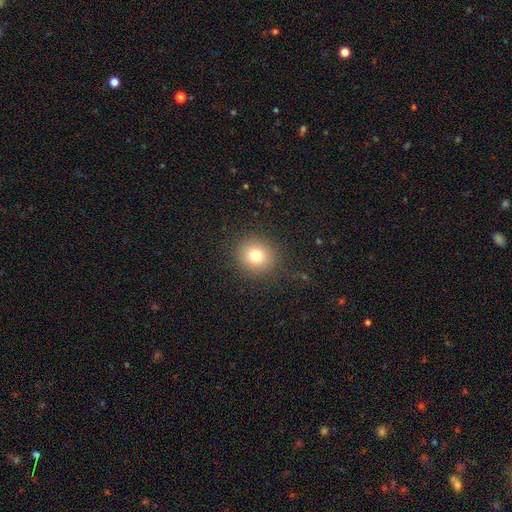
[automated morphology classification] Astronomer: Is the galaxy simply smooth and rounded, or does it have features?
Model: smooth — 77%.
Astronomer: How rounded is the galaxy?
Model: round — 87%.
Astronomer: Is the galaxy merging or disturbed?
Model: none — 89%.